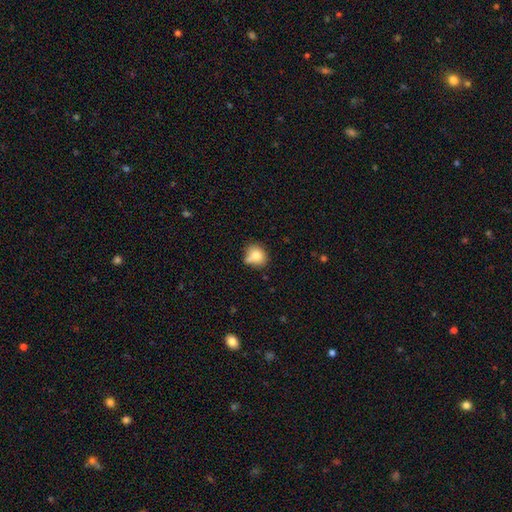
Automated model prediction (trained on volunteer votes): This is likely a smooth galaxy (79%). How rounded: likely round (66%). Merging: possibly none (53%).